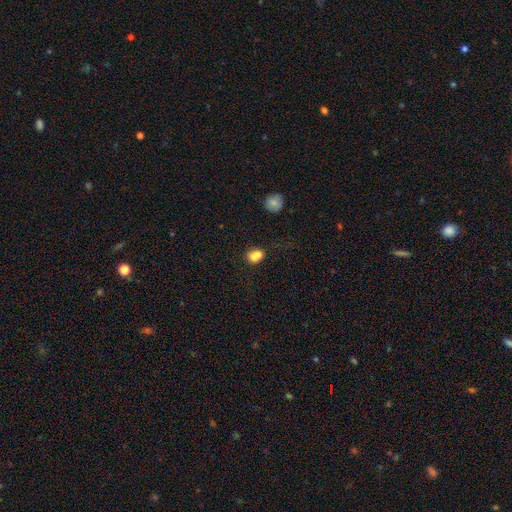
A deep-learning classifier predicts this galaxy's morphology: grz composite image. It shows a smooth galaxy with no disk features (74%) that is round (57%). Merging: merger (50%).